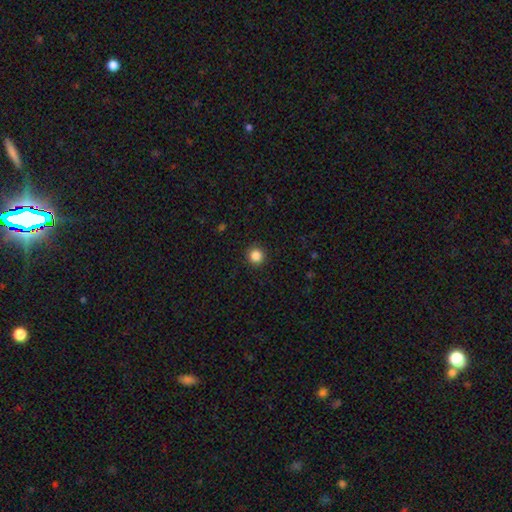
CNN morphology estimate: Smooth or featured? Predicted: smooth (p=0.86). How rounded? Predicted: round (p=0.95). Merging? Predicted: none (p=0.93).